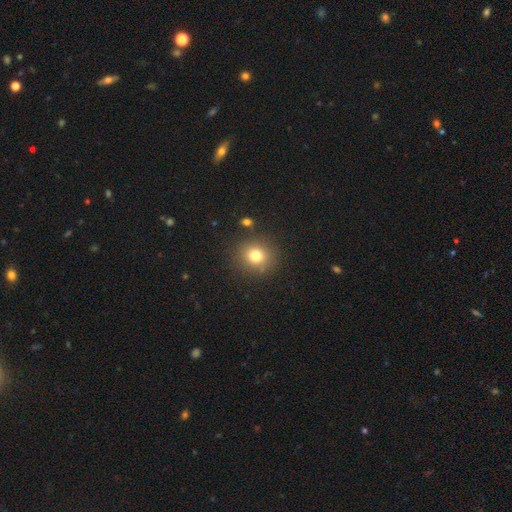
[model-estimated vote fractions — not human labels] A smooth galaxy with no disk features (78%) that is round (86%).

Vote fractions:
- Smooth or featured? smooth: 78% / star or artifact: 14% / featured or disk: 8%
- How rounded? round: 86% / in between: 13% / cigar-shaped: 1%
- Merging? none: 86% / minor disturbance: 8% / major disturbance: 3% / merger: 3%